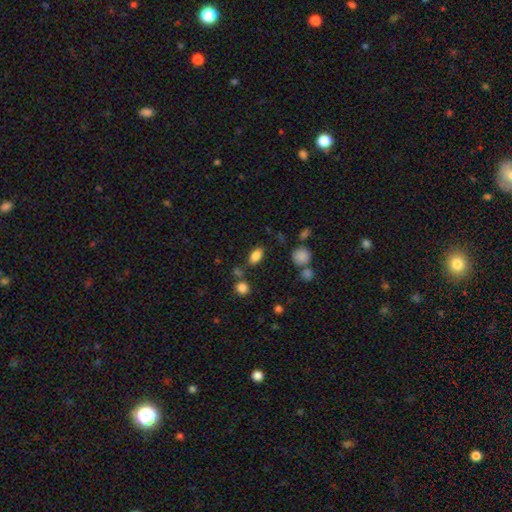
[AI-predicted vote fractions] smooth_or_featured: smooth (p=0.83) [alt: star or artifact p=0.10]
how_rounded: in between (p=0.88) [alt: round p=0.08]
merging: none (p=0.79) [alt: minor disturbance p=0.12]